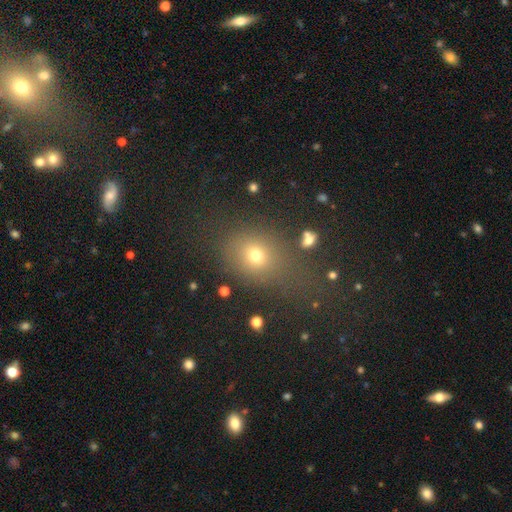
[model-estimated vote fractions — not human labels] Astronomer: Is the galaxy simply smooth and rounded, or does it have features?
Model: smooth — 68%.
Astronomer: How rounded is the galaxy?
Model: round — 56% (runner-up: in between, 42%).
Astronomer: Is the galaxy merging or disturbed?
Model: none — 62%.